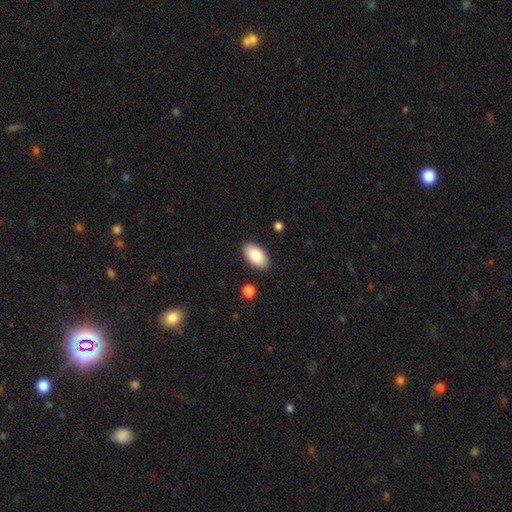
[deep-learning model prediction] Q: Smooth or featured?
A: smooth (85%); runner-up: featured or disk (9%)
Q: How rounded?
A: in between (95%); runner-up: round (4%)
Q: Merging?
A: none (88%); runner-up: minor disturbance (8%)